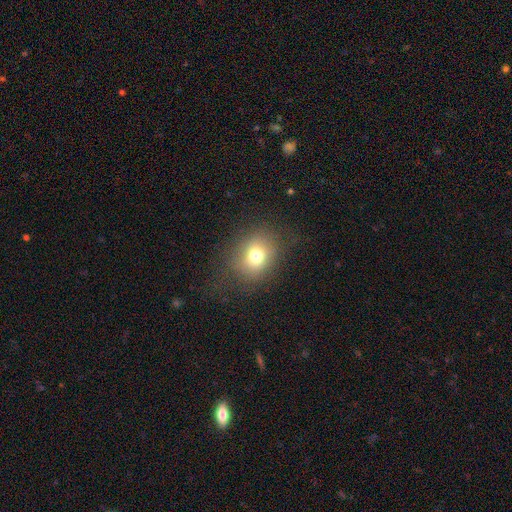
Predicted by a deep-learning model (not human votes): smooth-or-featured: smooth: 73% | star or artifact: 14% | featured or disk: 13%
  how-rounded: round: 63% | in between: 36% | cigar-shaped: 1%
  merging: none: 76% | minor disturbance: 14% | major disturbance: 9% | merger: 1%